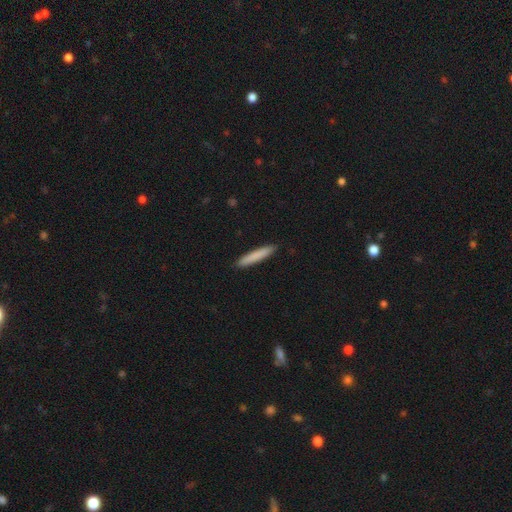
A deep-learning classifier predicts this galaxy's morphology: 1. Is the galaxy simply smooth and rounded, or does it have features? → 82% smooth, 13% featured or disk, 6% star or artifact.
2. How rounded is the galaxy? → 94% cigar-shaped, 5% in between, 1% round.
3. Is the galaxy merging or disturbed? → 92% none, 6% minor disturbance, 1% major disturbance, 1% merger.